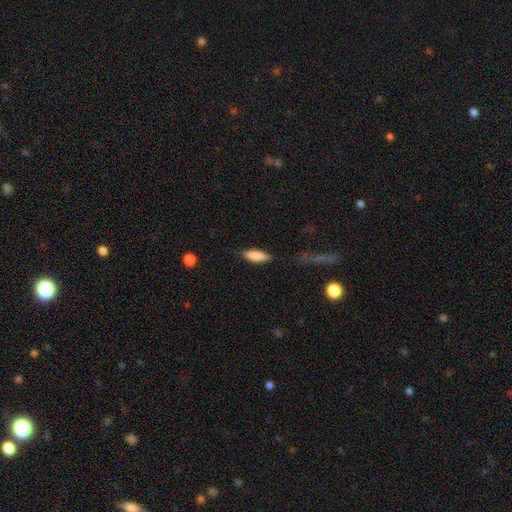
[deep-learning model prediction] A smooth galaxy with no disk features (83%) that is in between round and cigar-shaped (67%). Merging: none (79%).